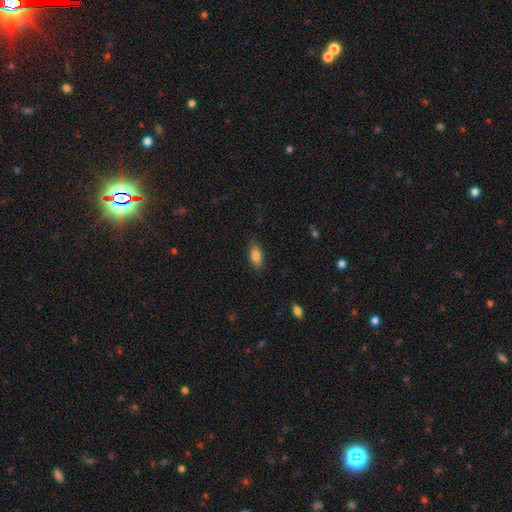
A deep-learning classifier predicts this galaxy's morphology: Smooth or featured? smooth (84%)
How rounded? in between (86%)
Merging? none (86%)